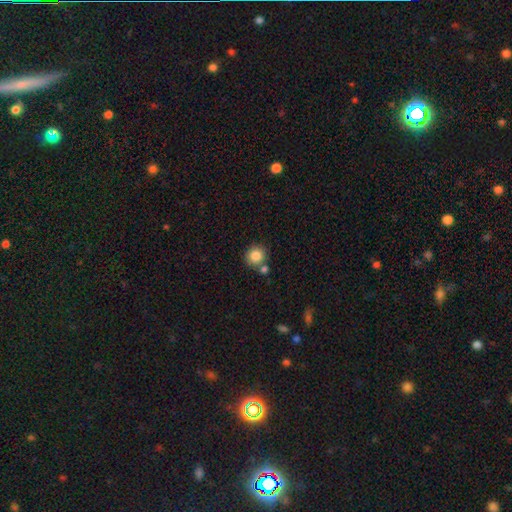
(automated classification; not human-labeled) smooth 83%, star or artifact 10%, featured or disk 7%. Down the decision tree: how rounded — round (91%); merging — none (71%).